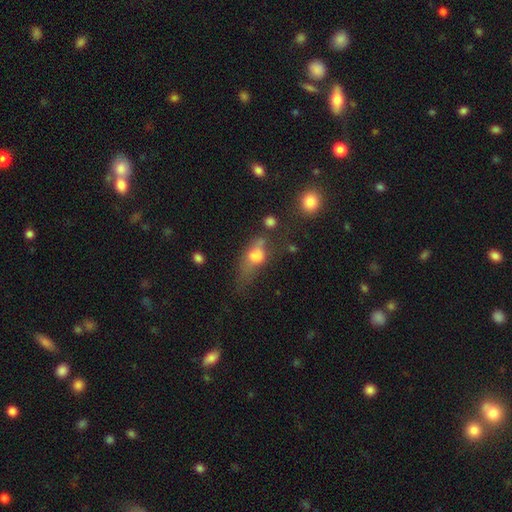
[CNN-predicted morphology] A smooth galaxy with no disk features (62%) that is in between round and cigar-shaped (70%). Merging: major disturbance (38%).